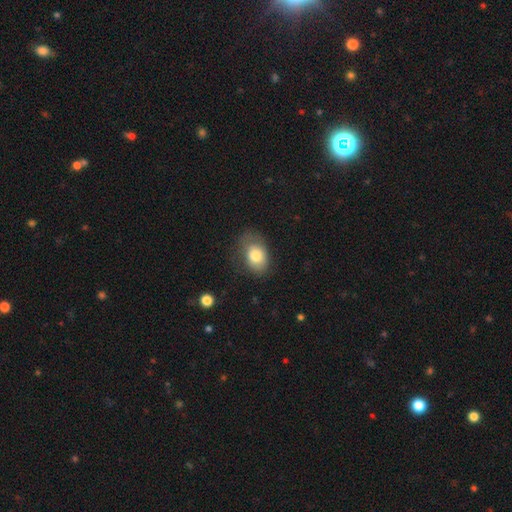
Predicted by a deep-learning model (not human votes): Smooth or featured?
  - smooth: 77% *
  - featured or disk: 15%
  - star or artifact: 8%
How rounded?
  - in between: 77% *
  - round: 22%
  - cigar-shaped: 1%
Merging?
  - none: 58% *
  - minor disturbance: 27%
  - major disturbance: 13%
  - merger: 2%